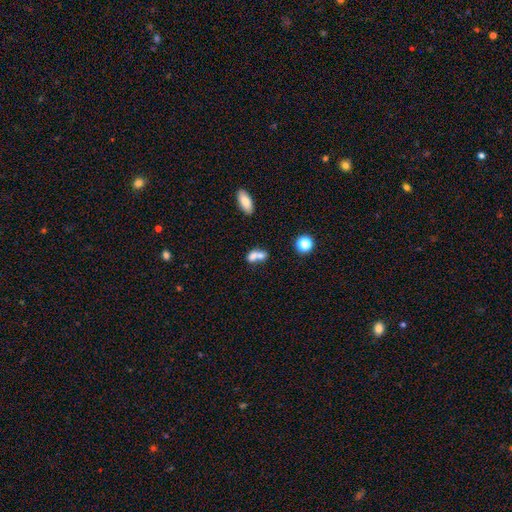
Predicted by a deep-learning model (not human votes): smooth_or_featured: smooth (p=0.70) [alt: featured or disk p=0.19]
how_rounded: in between (p=0.68) [alt: round p=0.26]
merging: merger (p=0.65) [alt: none p=0.22]